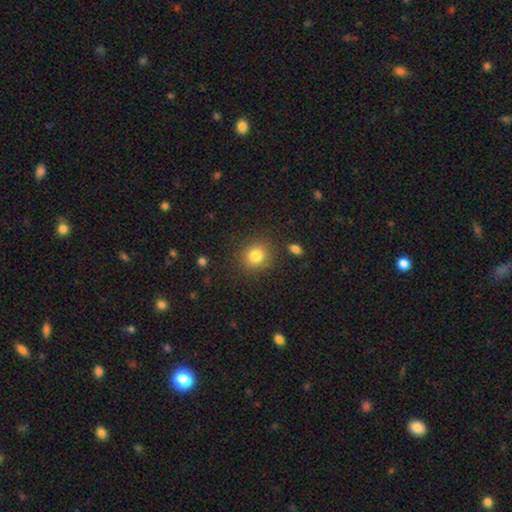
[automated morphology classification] Smooth or featured: smooth — 82% (star or artifact — 11%)
How rounded: round — 82% (in between — 17%)
Merging: none — 86% (minor disturbance — 8%)